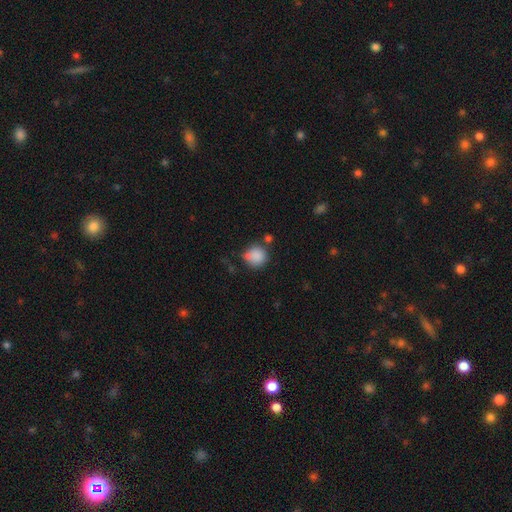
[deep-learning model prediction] Overall: smooth (84%). How rounded: round (86%). Merging: none (62%).